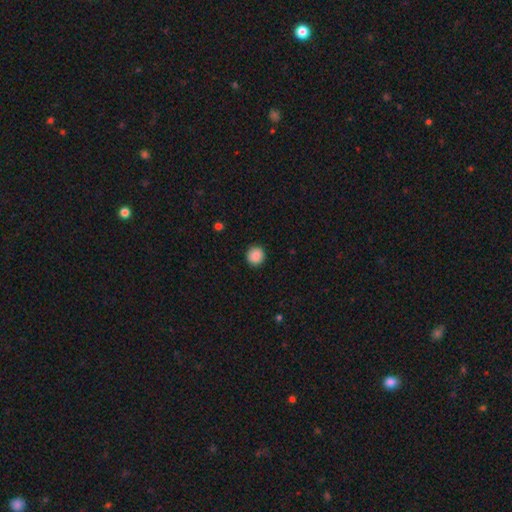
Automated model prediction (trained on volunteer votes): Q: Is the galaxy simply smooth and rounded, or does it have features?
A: smooth — 88%.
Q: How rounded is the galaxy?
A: round — 93%.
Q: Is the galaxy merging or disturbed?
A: none — 92%.